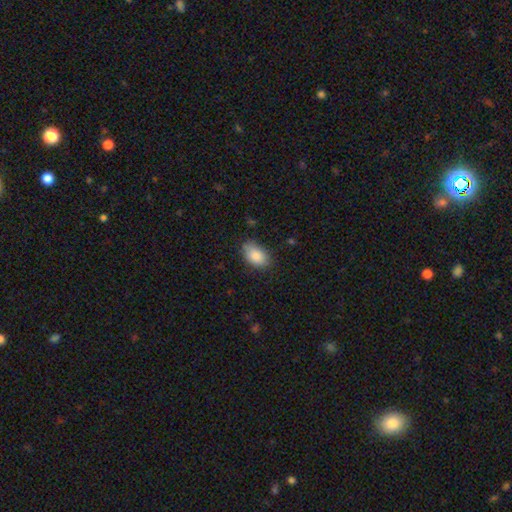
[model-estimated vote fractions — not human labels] Morphology: type=smooth (86%); roundness=in between (90%); merging=none (76%).